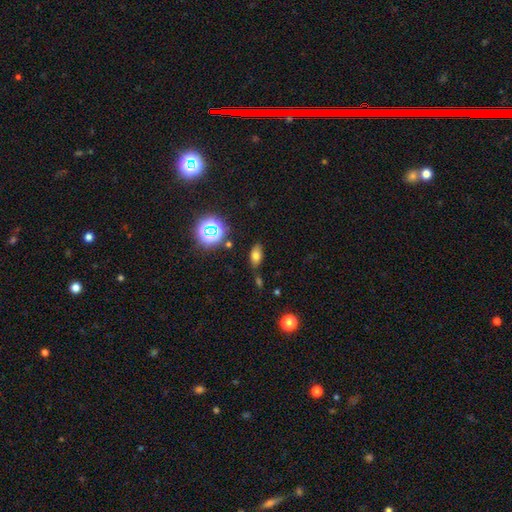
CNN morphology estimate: This is likely a smooth galaxy (70%). How rounded: clearly in between (86%). Merging: likely none (74%).